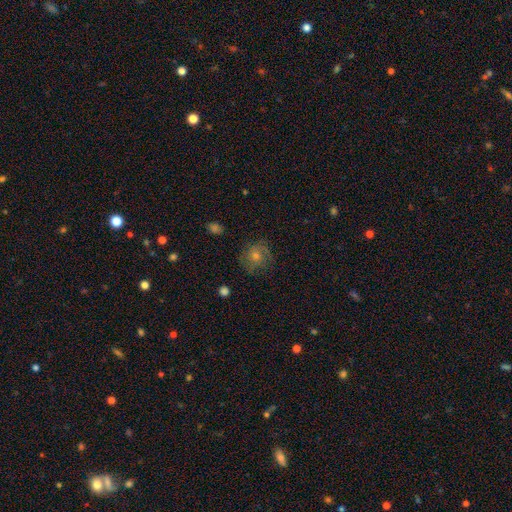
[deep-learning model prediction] This appears to be a smooth galaxy with no disk features (41%). Merging: none (79%).